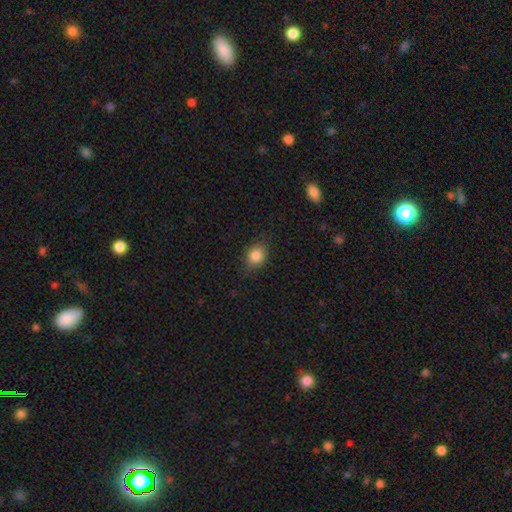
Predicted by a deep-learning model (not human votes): Morphology: type=smooth (84%); roundness=round (57%); merging=none (82%).